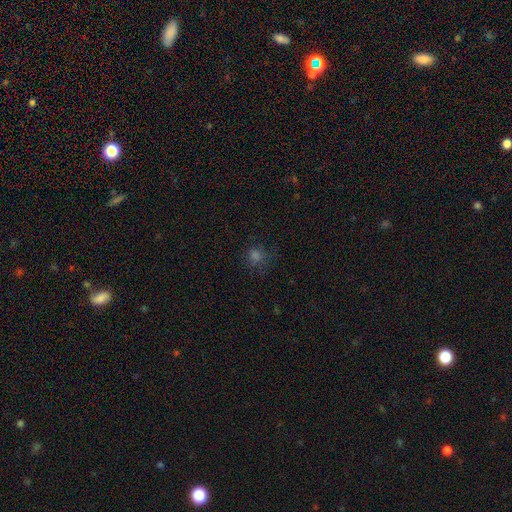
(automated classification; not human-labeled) A smooth galaxy with no disk features (65%) that is round (85%). Merging: none (75%).